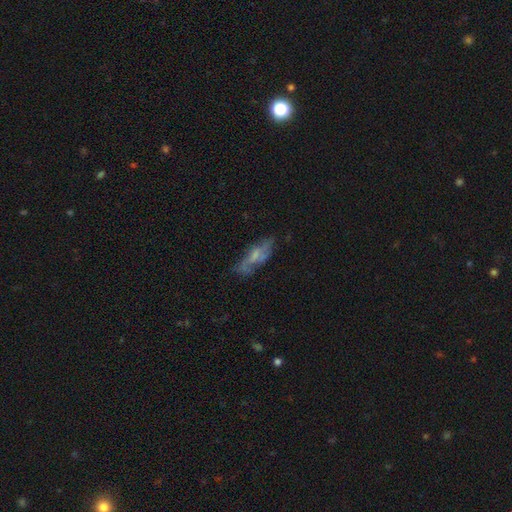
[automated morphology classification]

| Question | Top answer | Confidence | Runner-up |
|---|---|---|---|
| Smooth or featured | featured or disk | 52% | smooth (39%) |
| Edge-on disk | no | 74% | yes (26%) |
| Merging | none | 54% | minor disturbance (25%) |